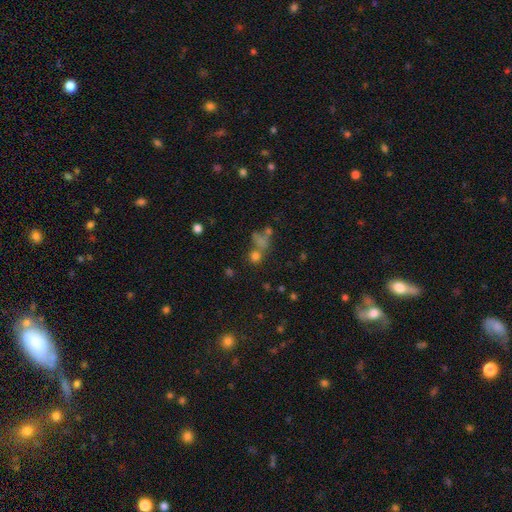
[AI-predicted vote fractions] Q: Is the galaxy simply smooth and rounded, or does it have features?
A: smooth — 66%.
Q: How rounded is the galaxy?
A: round — 80%.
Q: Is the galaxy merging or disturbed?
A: none — 54%.